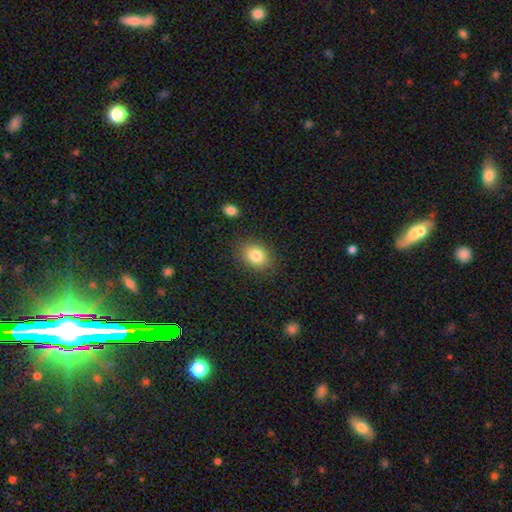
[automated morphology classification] Smooth or featured?
  - smooth: 82% *
  - star or artifact: 9%
  - featured or disk: 8%
How rounded?
  - in between: 52% *
  - round: 47%
  - cigar-shaped: 1%
Merging?
  - none: 85% *
  - minor disturbance: 10%
  - major disturbance: 3%
  - merger: 2%